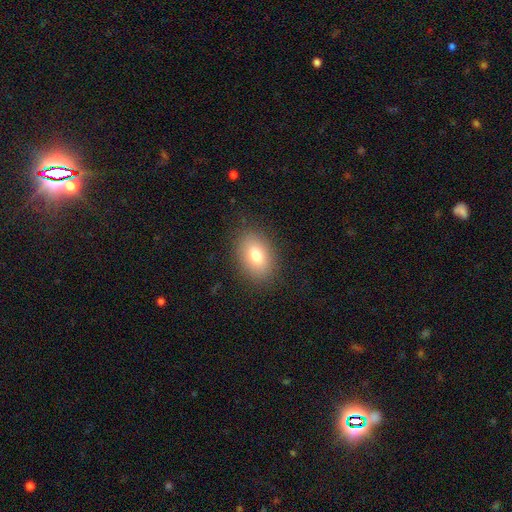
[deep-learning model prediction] The model was most divided on "how rounded": in between: 81%, round: 18%, cigar-shaped: 1%. More confident: merging — none (86%); smooth or featured — smooth (78%).